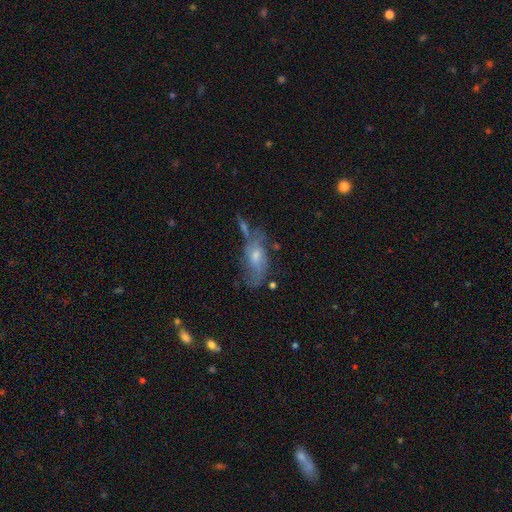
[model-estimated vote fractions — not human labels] Q: Smooth or featured?
A: featured or disk (60%); runner-up: smooth (29%)
Q: Edge-on disk?
A: no (86%); runner-up: yes (14%)
Q: Bar?
A: no (62%); runner-up: weak (32%)
Q: Spiral arms?
A: yes (72%); runner-up: no (28%)
Q: Bulge size?
A: moderate (48%); runner-up: small (42%)
Q: Merging?
A: none (46%); runner-up: minor disturbance (24%)